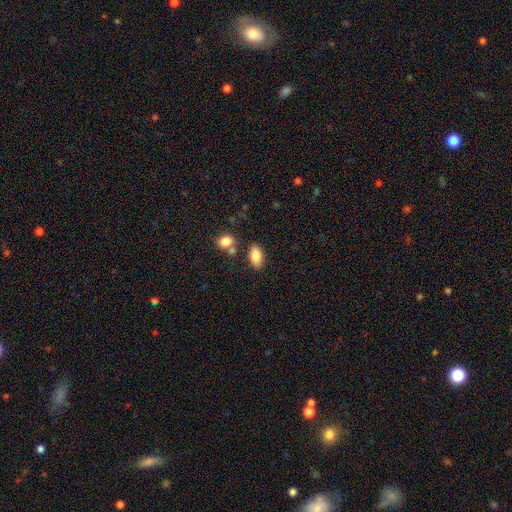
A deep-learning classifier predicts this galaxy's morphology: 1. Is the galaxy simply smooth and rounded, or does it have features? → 85% smooth, 8% star or artifact, 8% featured or disk.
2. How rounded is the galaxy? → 91% in between, 6% round, 3% cigar-shaped.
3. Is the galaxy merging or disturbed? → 75% none, 12% minor disturbance, 10% merger, 3% major disturbance.